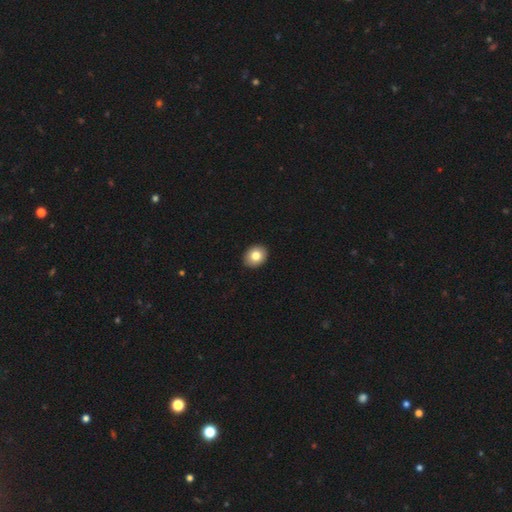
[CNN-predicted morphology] Overall: smooth (81%). How rounded: round (54%; in between 45%). Merging: none (92%).